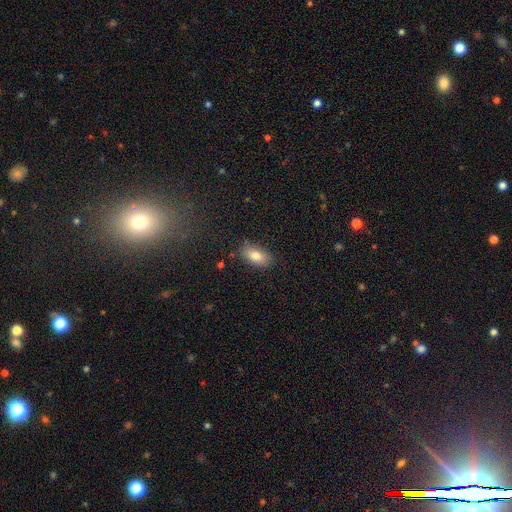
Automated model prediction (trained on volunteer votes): A smooth galaxy with no disk features (82%) that is in between round and cigar-shaped (90%).

Vote fractions:
- Smooth or featured? smooth: 82% / featured or disk: 10% / star or artifact: 8%
- How rounded? in between: 90% / cigar-shaped: 5% / round: 4%
- Merging? none: 82% / minor disturbance: 13% / major disturbance: 3% / merger: 2%